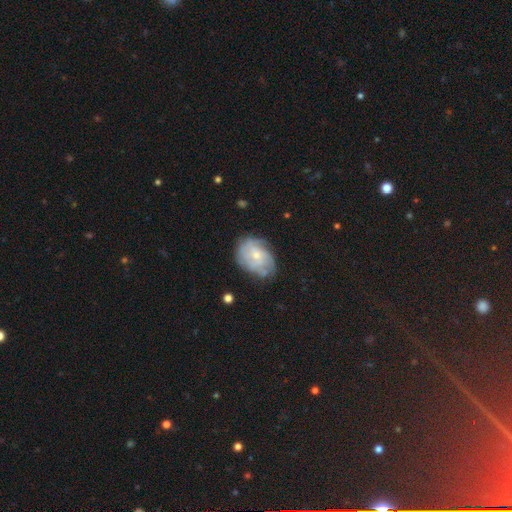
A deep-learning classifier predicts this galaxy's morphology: This is likely a featured or disk galaxy (60%). It is clearly not viewed edge-on (97%). Bar: likely no (76%). Spiral arm pattern: likely yes (72%). Central bulge: possibly small (58%). Merging: likely none (63%).